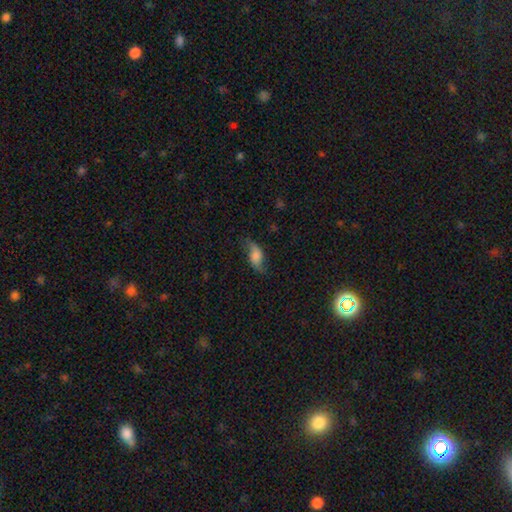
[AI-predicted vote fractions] A featured or disk galaxy (47%).

Vote fractions:
- Smooth or featured? featured or disk: 47% / smooth: 44% / star or artifact: 9%
- Merging? none: 68% / minor disturbance: 21% / major disturbance: 9% / merger: 2%